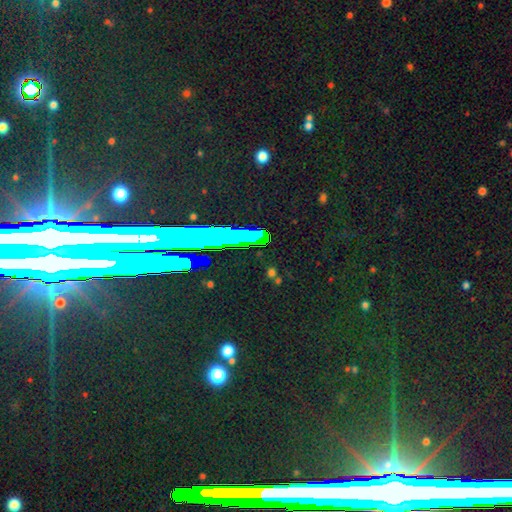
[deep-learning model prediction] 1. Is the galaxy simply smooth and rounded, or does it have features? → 79% star or artifact, 12% featured or disk, 10% smooth.